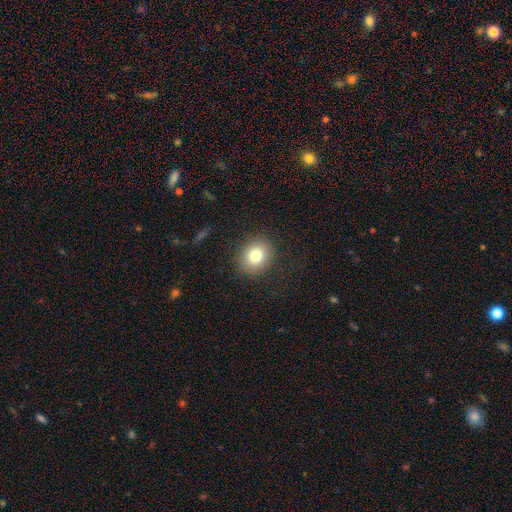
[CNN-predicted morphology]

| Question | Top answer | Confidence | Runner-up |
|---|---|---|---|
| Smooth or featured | smooth | 79% | star or artifact (11%) |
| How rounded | round | 75% | in between (24%) |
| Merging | none | 87% | minor disturbance (8%) |